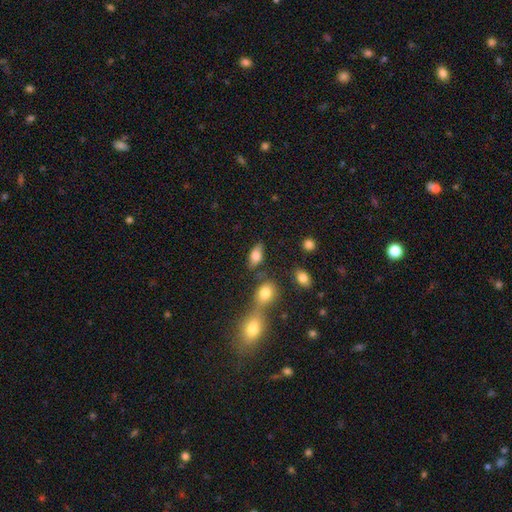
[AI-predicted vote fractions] smooth_or_featured: smooth (p=0.77) [alt: featured or disk p=0.14]
how_rounded: in between (p=0.86) [alt: round p=0.07]
merging: none (p=0.69) [alt: minor disturbance p=0.14]